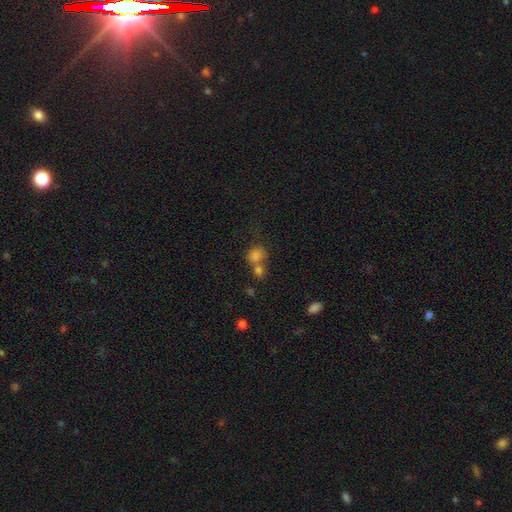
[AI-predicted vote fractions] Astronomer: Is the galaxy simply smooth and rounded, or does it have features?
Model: smooth — 78%.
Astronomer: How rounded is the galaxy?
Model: round — 67%.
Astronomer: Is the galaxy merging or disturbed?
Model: merger — 48% (runner-up: none, 37%).